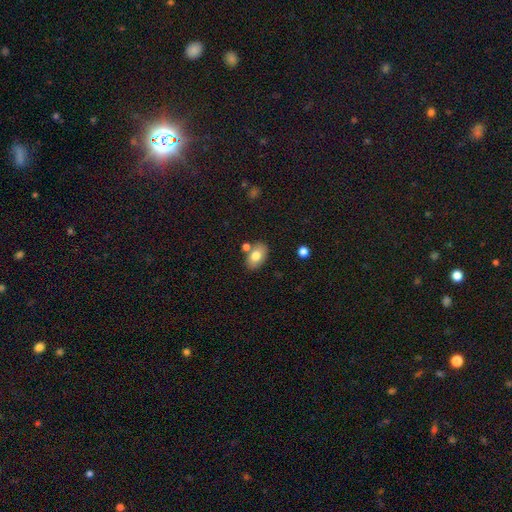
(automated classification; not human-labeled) Morphology: type=smooth (76%); roundness=in between (88%); merging=none (73%).